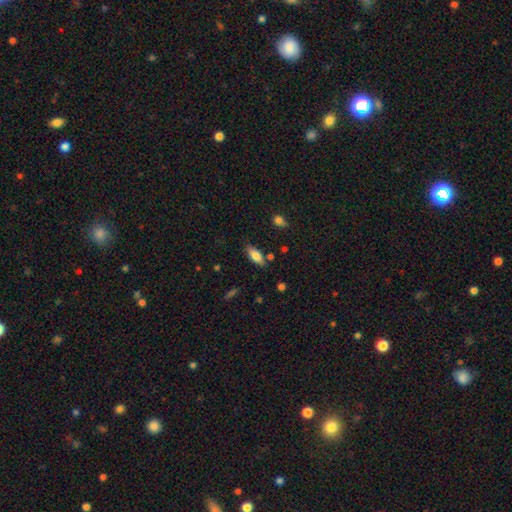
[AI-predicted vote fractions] This appears to be a smooth galaxy with no disk features (76%) that is in between round and cigar-shaped (76%). Merging: none (79%).